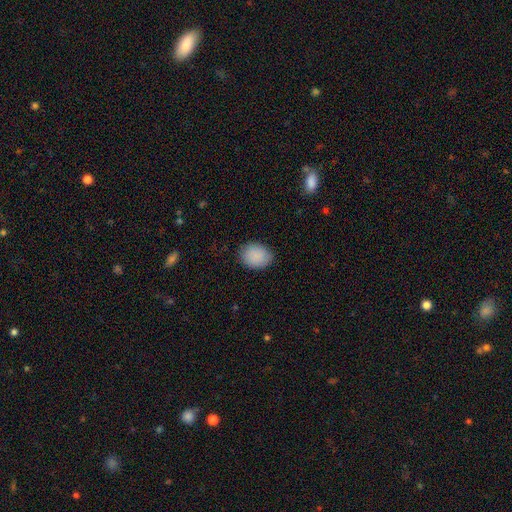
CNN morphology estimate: This is clearly a smooth galaxy (90%). How rounded: possibly in between (58%). Merging: clearly none (86%).